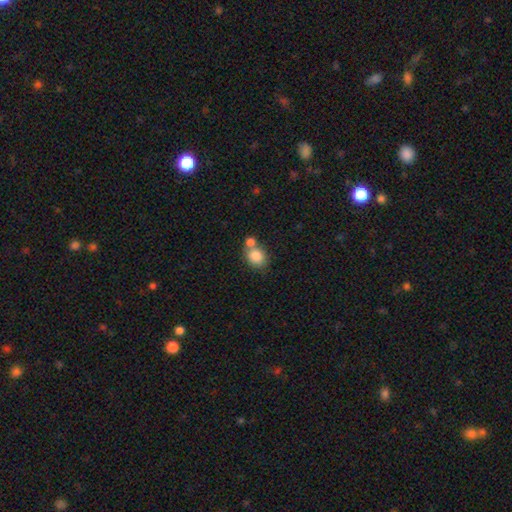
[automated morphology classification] This appears to be a smooth galaxy with no disk features (84%) that is round (66%). Merging: none (47%).